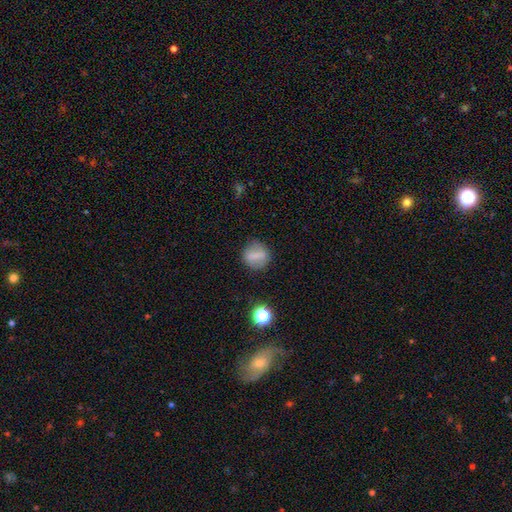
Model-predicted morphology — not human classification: A smooth galaxy with no disk features (60%) that is round (72%). Merging: none (81%).